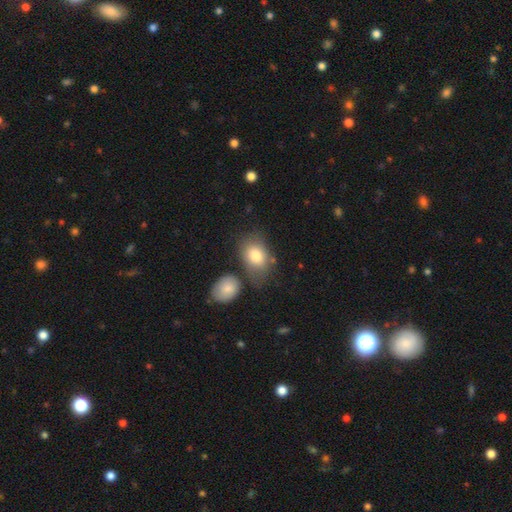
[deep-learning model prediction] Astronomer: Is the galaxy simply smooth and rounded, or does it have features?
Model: smooth — 80%.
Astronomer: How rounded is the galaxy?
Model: in between — 80%.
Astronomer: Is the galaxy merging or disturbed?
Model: none — 56%.